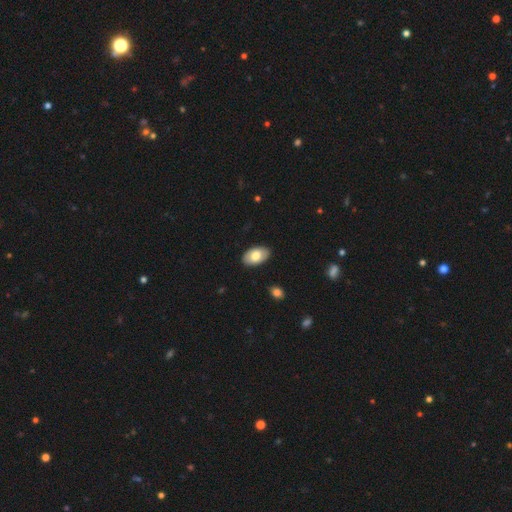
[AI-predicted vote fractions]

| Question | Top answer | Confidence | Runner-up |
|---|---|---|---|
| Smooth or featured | smooth | 73% | featured or disk (21%) |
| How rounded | in between | 94% | round (4%) |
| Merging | none | 88% | minor disturbance (9%) |